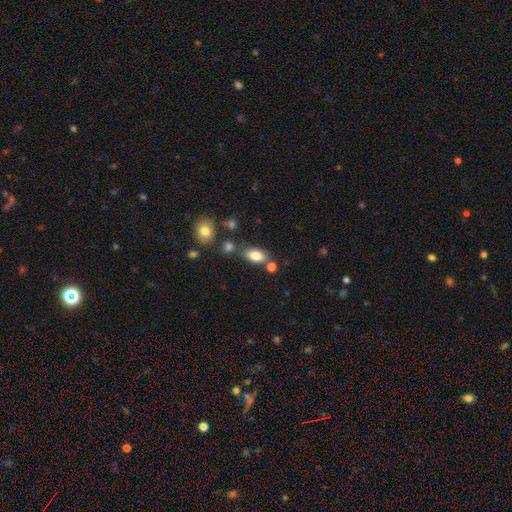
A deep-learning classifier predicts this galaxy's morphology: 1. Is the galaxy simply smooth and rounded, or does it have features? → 83% smooth, 9% star or artifact, 9% featured or disk.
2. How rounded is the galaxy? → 88% in between, 6% round, 5% cigar-shaped.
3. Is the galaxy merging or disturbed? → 65% none, 16% merger, 15% minor disturbance, 5% major disturbance.